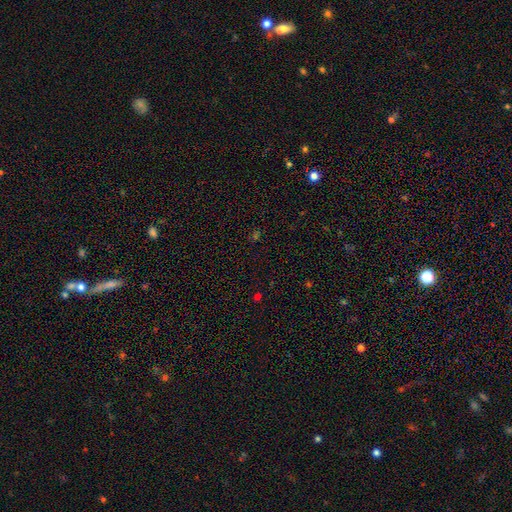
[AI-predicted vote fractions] star or artifact 56%, smooth 38%, featured or disk 7%.